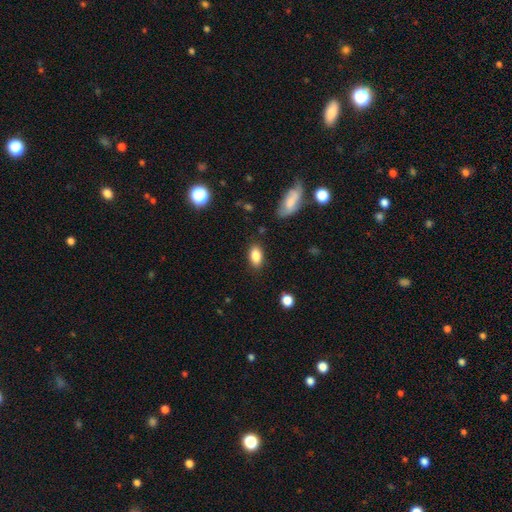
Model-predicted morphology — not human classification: Overall: smooth (85%). How rounded: in between (89%). Merging: none (84%).